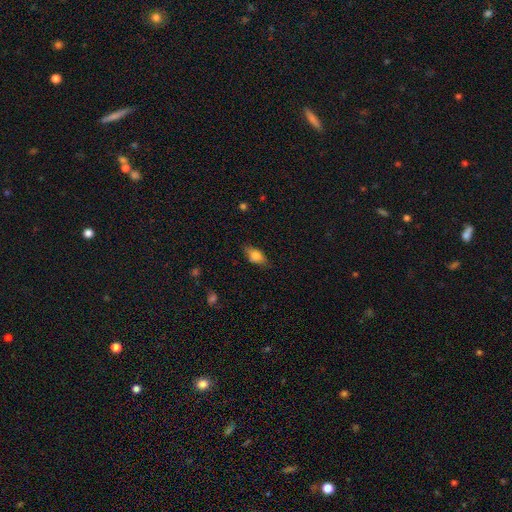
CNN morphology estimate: A smooth galaxy with no disk features (72%) that is in between round and cigar-shaped (81%). Merging: none (79%).